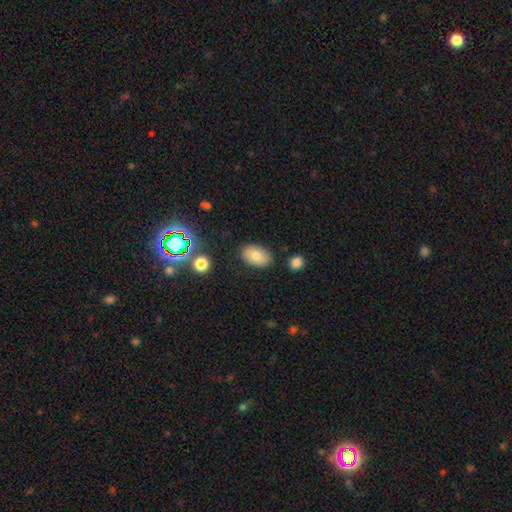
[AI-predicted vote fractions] smooth 77%, featured or disk 14%, star or artifact 9%. Down the decision tree: how rounded — in between (90%); merging — none (82%).